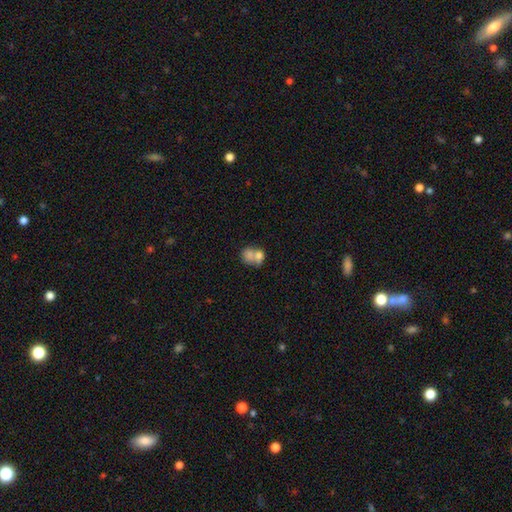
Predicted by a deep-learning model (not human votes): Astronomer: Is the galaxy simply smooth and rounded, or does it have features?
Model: smooth — 73%.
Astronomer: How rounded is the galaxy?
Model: round — 52% (runner-up: in between, 47%).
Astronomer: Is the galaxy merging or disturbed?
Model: merger — 69%.